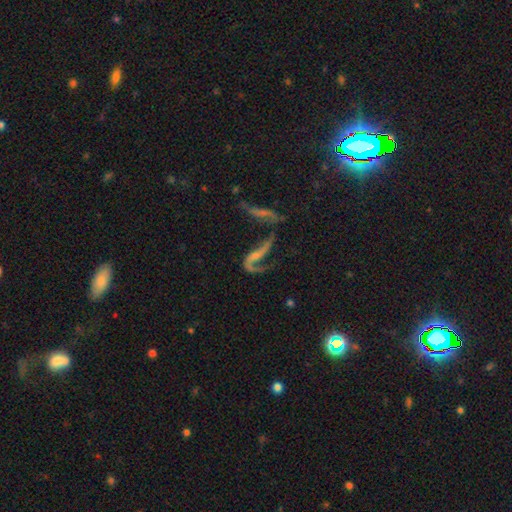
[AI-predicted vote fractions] A featured or disk galaxy (76%) with no bar (48%), 2 (68%) loose (83%) spiral arms (81%) and a small central bulge (48%). Merging: major disturbance (31%).